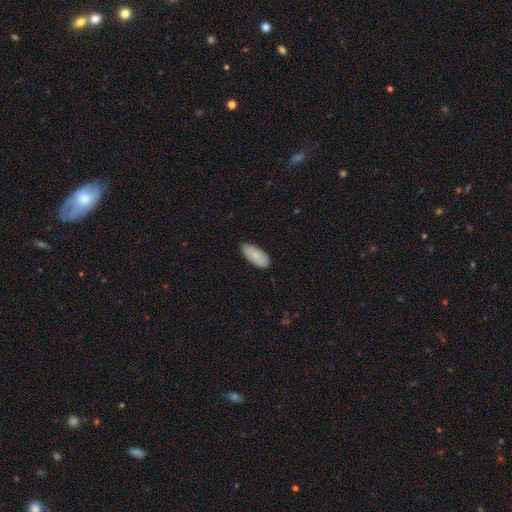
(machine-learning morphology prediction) Smooth or featured? smooth (79%)
How rounded? in between (89%)
Merging? none (73%)